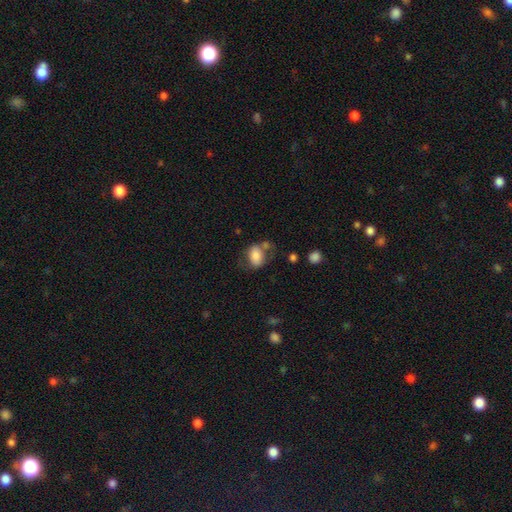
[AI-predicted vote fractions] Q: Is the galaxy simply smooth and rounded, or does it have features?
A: smooth — 77%.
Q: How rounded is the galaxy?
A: in between — 77%.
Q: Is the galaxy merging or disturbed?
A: none — 47%.